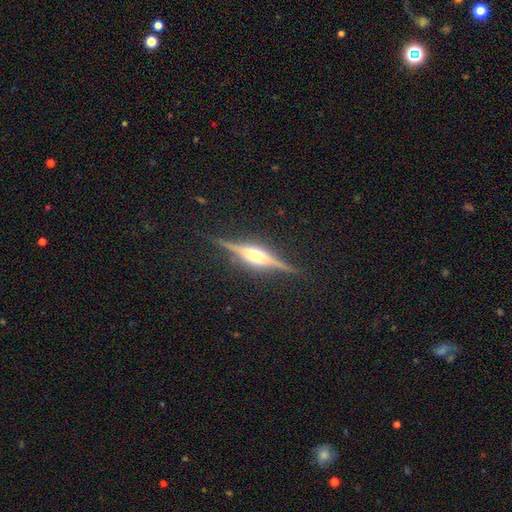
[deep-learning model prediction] Smooth or featured? Predicted: featured or disk (p=0.83). Edge-on disk? Predicted: yes (p=0.97). Edge-on bulge? Predicted: rounded (p=0.77). Merging? Predicted: none (p=0.86).